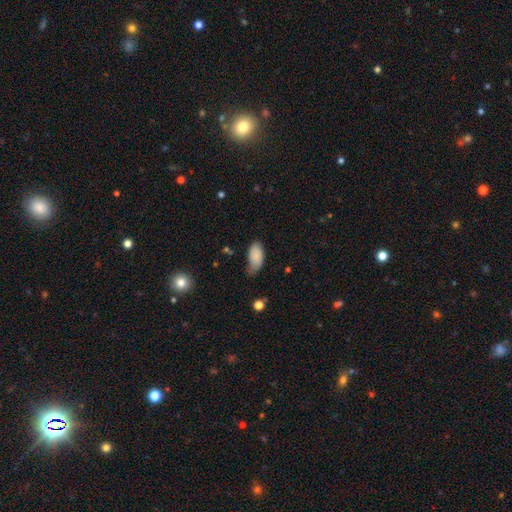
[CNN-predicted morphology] The model was most divided on "merging": none: 50%, minor disturbance: 38%, major disturbance: 9%, merger: 2%. More confident: how rounded — in between (93%); smooth or featured — smooth (84%).